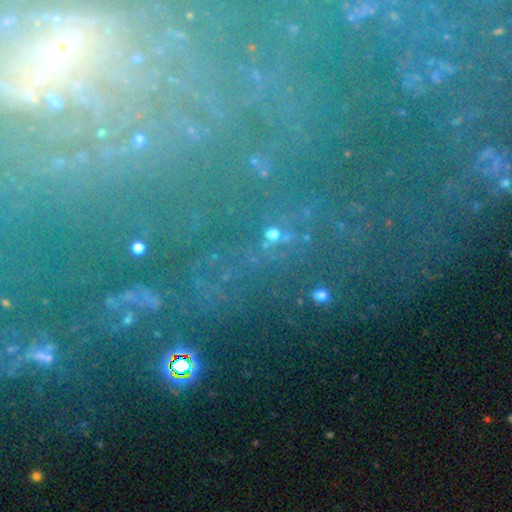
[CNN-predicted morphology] Smooth or featured?
  - star or artifact: 46% *
  - featured or disk: 39%
  - smooth: 15%